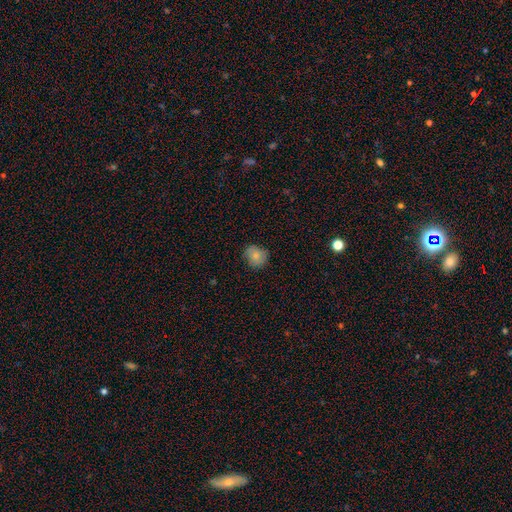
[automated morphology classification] smooth_or_featured: smooth (p=0.81) [alt: featured or disk p=0.10]
how_rounded: round (p=0.76) [alt: in between p=0.23]
merging: none (p=0.81) [alt: minor disturbance p=0.16]